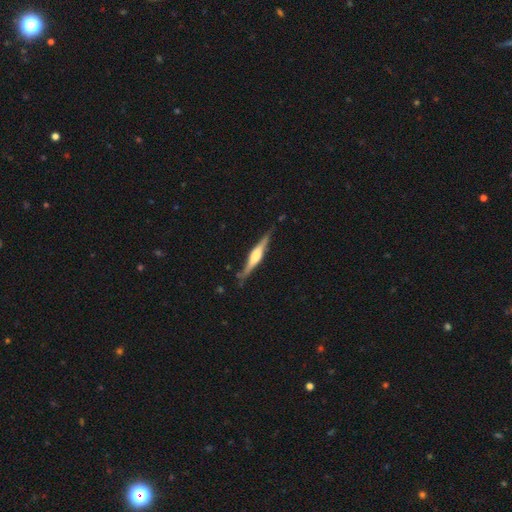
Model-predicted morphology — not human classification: Overall: featured or disk (74%). Edge-on disk: yes (97%). Edge-on bulge: rounded (68%). Merging: none (81%).